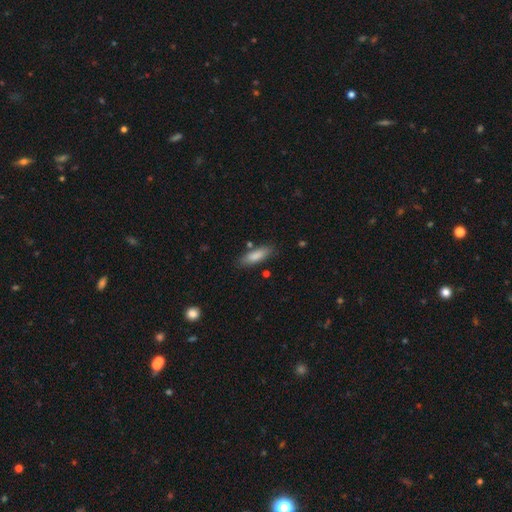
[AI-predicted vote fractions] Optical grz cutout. It shows a smooth galaxy with no disk features (84%) that is cigar-shaped (49%, tied with in between). Merging: none (80%).